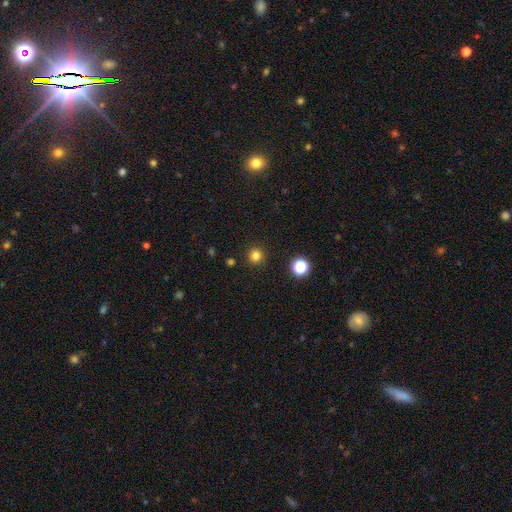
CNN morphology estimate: smooth_or_featured: smooth (p=0.80) [alt: star or artifact p=0.15]
how_rounded: round (p=0.95) [alt: in between p=0.04]
merging: none (p=0.92) [alt: minor disturbance p=0.05]